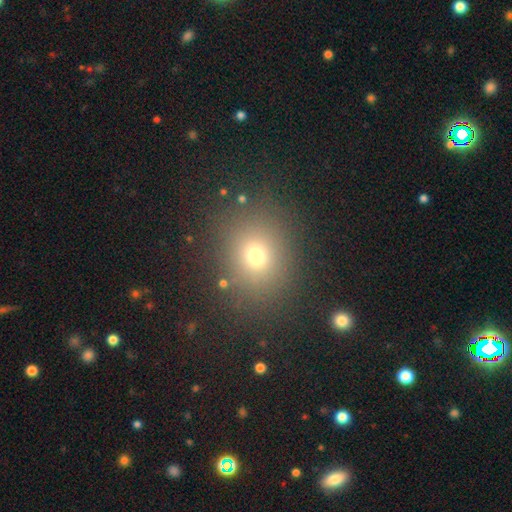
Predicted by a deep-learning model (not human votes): Morphology: type=smooth (69%); roundness=round (71%); merging=none (85%).